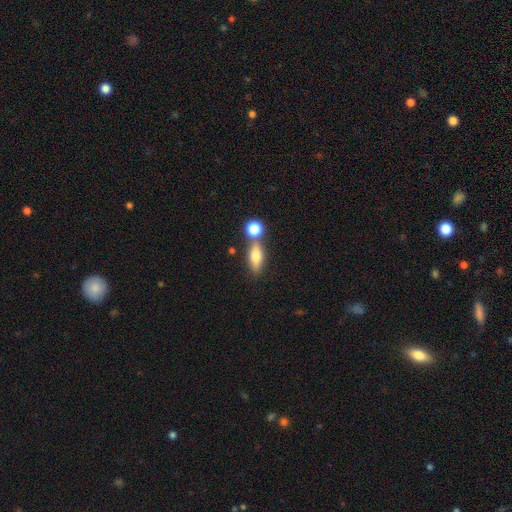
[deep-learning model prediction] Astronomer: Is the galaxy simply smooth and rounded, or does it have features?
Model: smooth — 71%.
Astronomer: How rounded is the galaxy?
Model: in between — 67%.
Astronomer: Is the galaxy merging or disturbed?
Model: none — 60%.